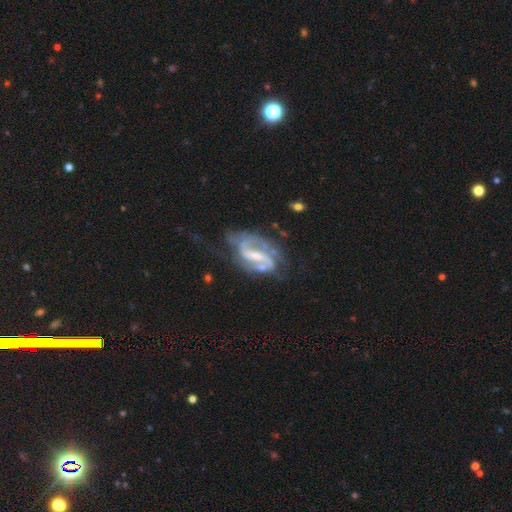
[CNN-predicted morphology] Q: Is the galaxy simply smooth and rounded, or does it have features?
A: featured or disk — 89%.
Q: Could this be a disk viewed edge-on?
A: no — 97%.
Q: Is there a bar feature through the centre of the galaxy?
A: strong — 46%.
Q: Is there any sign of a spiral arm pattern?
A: yes — 96%.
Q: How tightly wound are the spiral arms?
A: medium — 51%.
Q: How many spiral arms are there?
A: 2 — 86%.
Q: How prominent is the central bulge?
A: small — 45%.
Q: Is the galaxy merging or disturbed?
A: none — 51%.